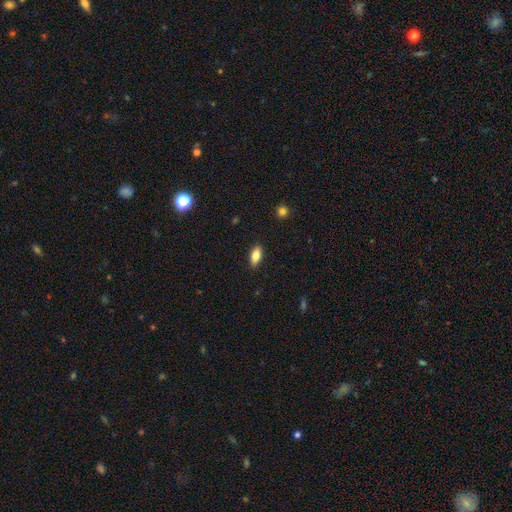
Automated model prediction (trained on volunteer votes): This appears to be a smooth galaxy with no disk features (79%) that is in between round and cigar-shaped (81%). Merging: none (89%).